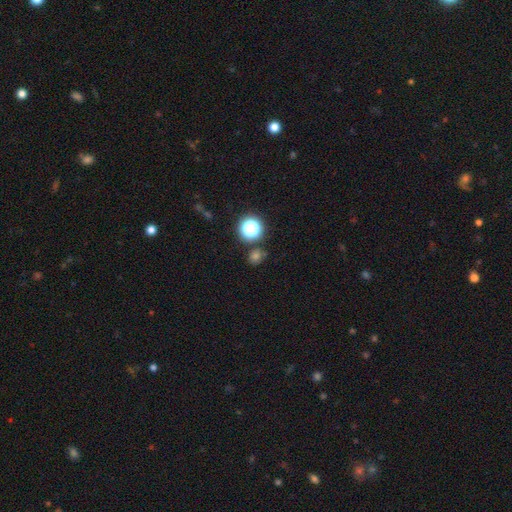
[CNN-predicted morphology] Overall: smooth (61%; star or artifact 32%). How rounded: round (77%). Merging: none (77%).